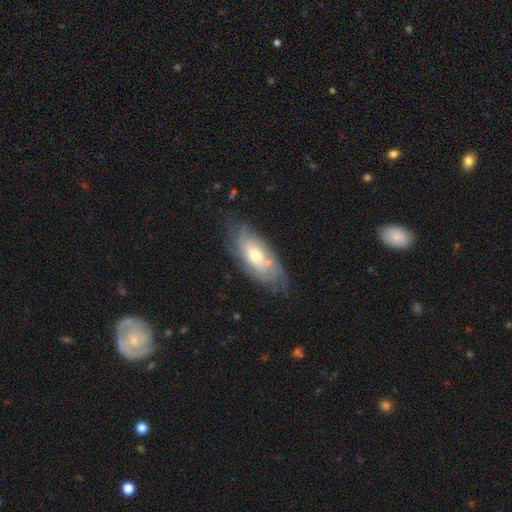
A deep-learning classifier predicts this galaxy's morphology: Overall: featured or disk (58%; smooth 35%). Edge-on disk: no (84%). Merging: none (65%).